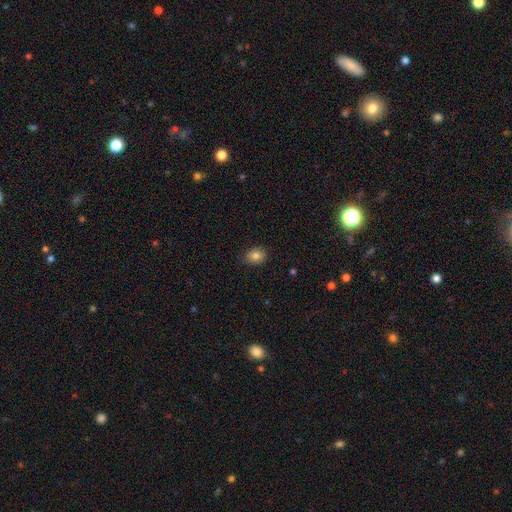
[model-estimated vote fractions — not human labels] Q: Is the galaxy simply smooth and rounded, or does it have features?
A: smooth — 82%.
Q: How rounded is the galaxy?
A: round — 51%.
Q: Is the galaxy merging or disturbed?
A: none — 83%.